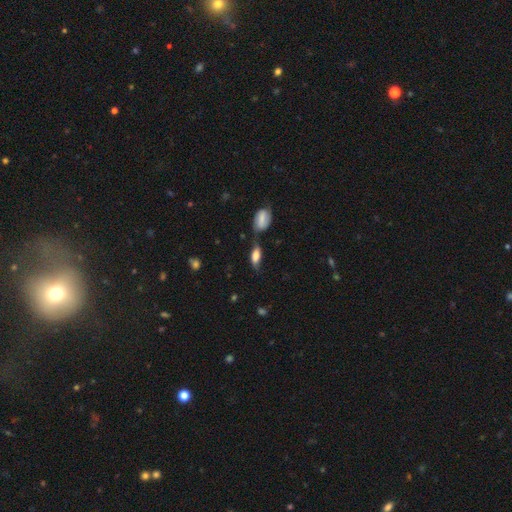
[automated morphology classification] A smooth galaxy with no disk features (64%) that is in between round and cigar-shaped (73%). Merging: none (54%).